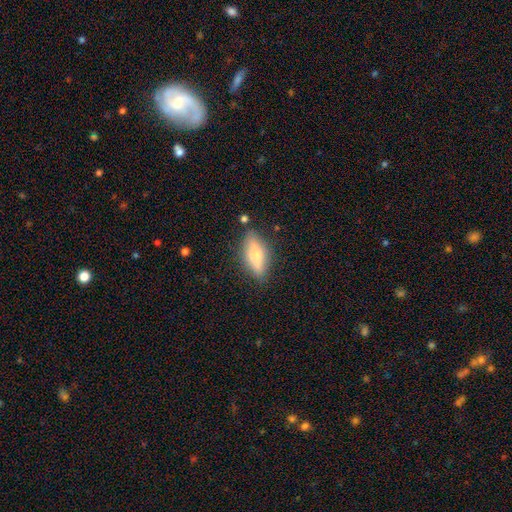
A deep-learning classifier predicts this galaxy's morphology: A smooth galaxy with no disk features (59%) that is in between round and cigar-shaped (56%). Merging: none (80%).